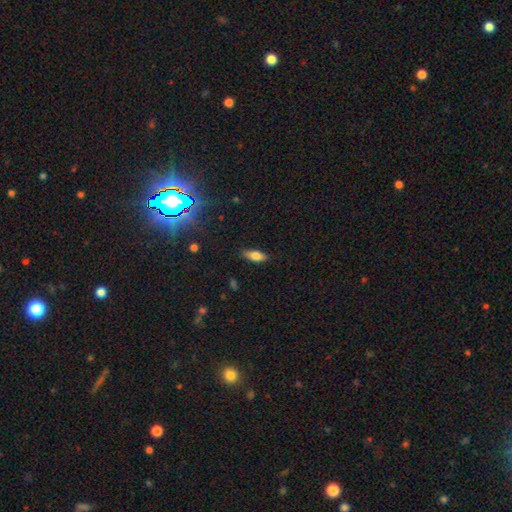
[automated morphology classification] Overall: smooth (76%). How rounded: in between (76%). Merging: none (84%).